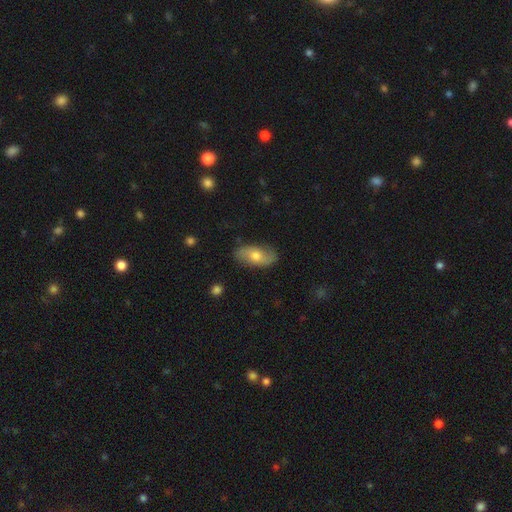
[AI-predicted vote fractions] A smooth galaxy with no disk features (54%) that is in between round and cigar-shaped (89%). Merging: none (81%).